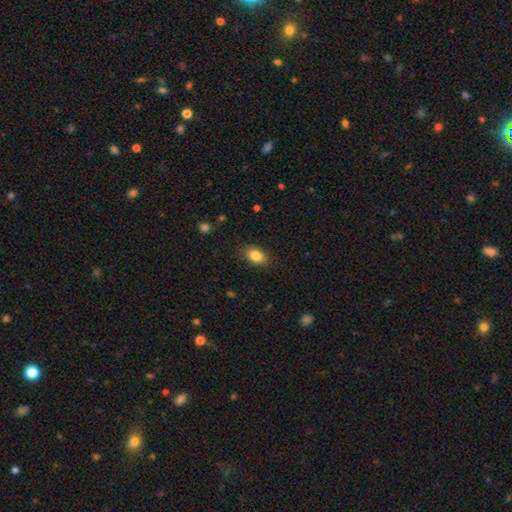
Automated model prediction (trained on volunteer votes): Smooth or featured: smooth — 85% (star or artifact — 9%)
How rounded: in between — 83% (round — 15%)
Merging: none — 85% (minor disturbance — 11%)